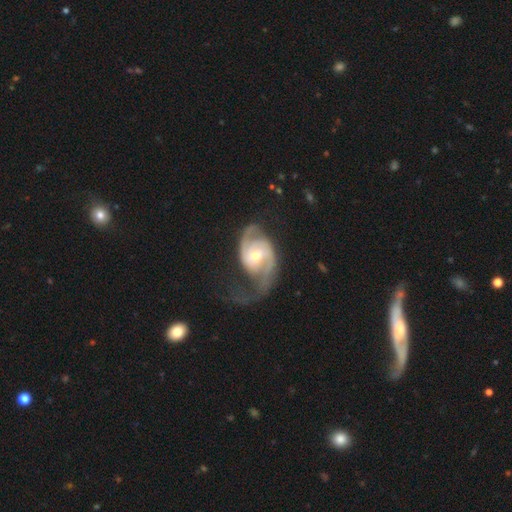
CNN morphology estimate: Smooth or featured? featured or disk (88%)
Edge-on disk? no (97%)
Bar? no (48%)
Spiral arms? yes (97%)
Spiral winding? medium (45%)
Spiral arm count? 2 (85%)
Bulge size? moderate (59%)
Merging? none (52%)